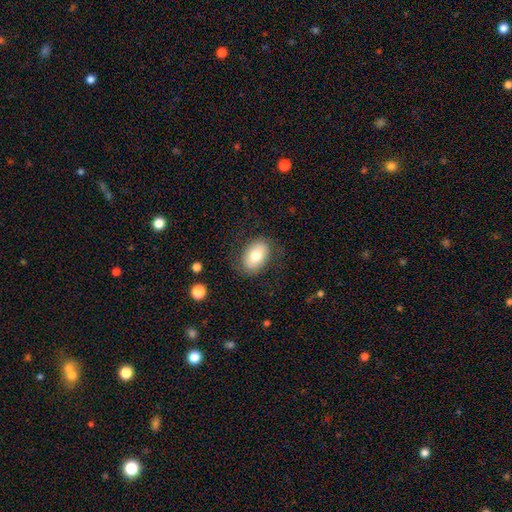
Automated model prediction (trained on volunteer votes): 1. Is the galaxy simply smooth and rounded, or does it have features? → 74% smooth, 19% featured or disk, 7% star or artifact.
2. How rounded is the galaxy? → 86% in between, 13% round, 1% cigar-shaped.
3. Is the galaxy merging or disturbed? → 78% none, 14% minor disturbance, 6% major disturbance, 1% merger.